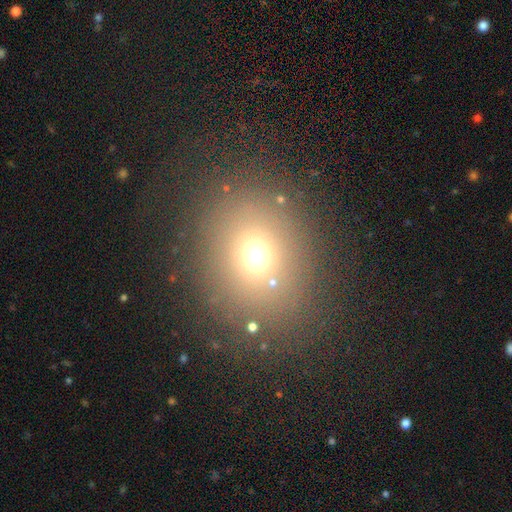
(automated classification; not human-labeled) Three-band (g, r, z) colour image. It shows a smooth galaxy with no disk features (66%) that is round (70%). Merging: none (82%).